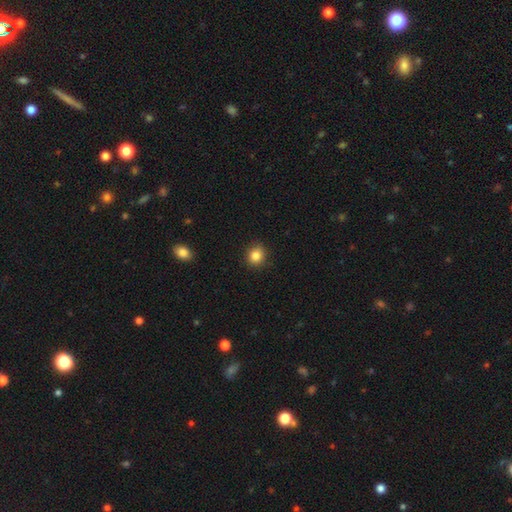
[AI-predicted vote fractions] A smooth galaxy with no disk features (85%) that is round (82%).

Vote fractions:
- Smooth or featured? smooth: 85% / star or artifact: 10% / featured or disk: 5%
- How rounded? round: 82% / in between: 17% / cigar-shaped: 1%
- Merging? none: 90% / minor disturbance: 7% / major disturbance: 2% / merger: 1%